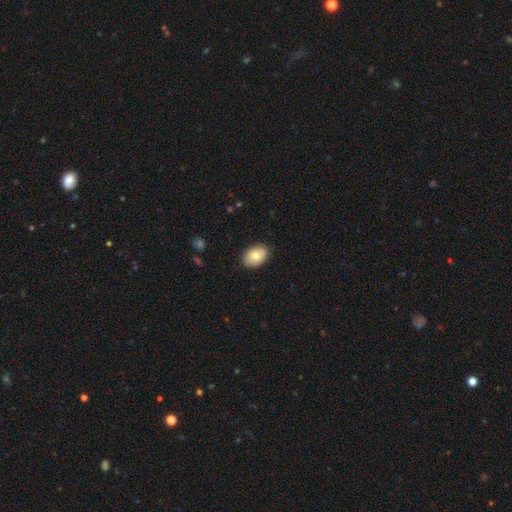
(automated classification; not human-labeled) Morphology: type=smooth (77%); roundness=in between (84%); merging=none (88%).